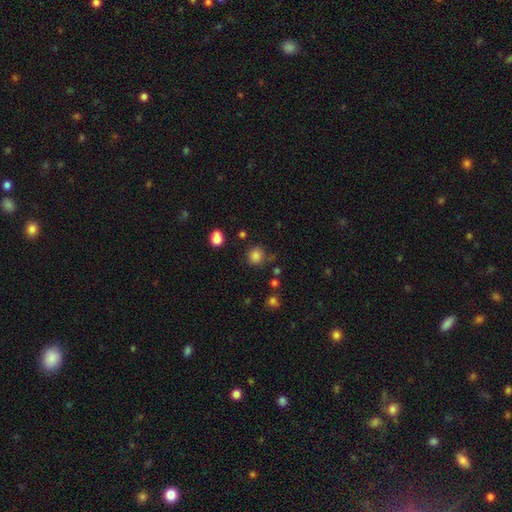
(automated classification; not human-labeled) Smooth or featured: smooth — 83% (star or artifact — 13%)
How rounded: round — 82% (in between — 17%)
Merging: none — 76% (minor disturbance — 14%)